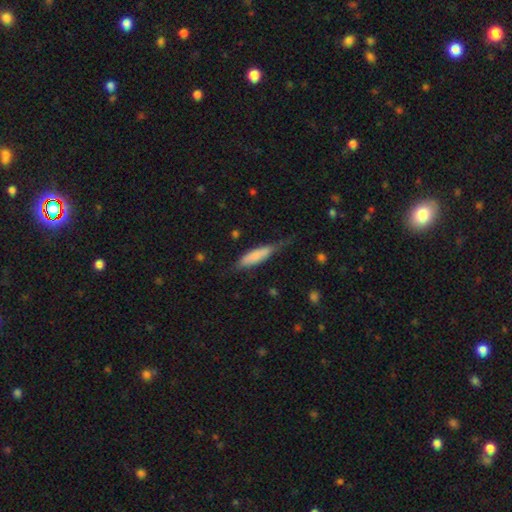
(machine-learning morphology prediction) type=smooth (72%); roundness=cigar-shaped (71%); merging=none (51%).